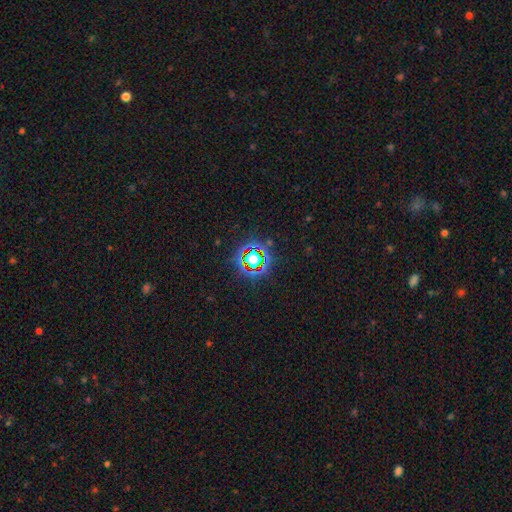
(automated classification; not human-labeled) smooth_or_featured: star or artifact (p=0.74) [alt: smooth p=0.16]